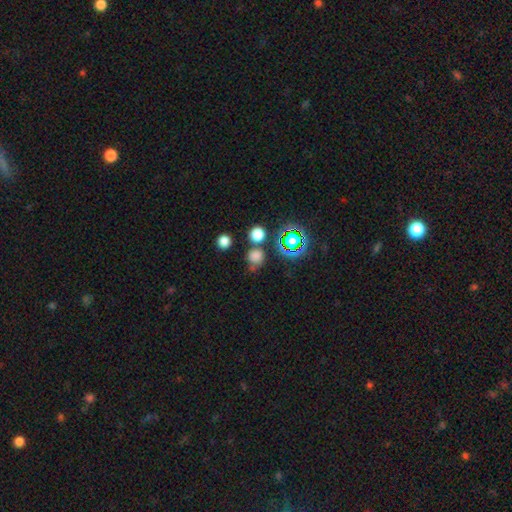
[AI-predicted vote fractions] Smooth or featured?
  - smooth: 71% *
  - star or artifact: 22%
  - featured or disk: 7%
How rounded?
  - round: 84% *
  - in between: 15%
  - cigar-shaped: 1%
Merging?
  - none: 64% *
  - merger: 16%
  - minor disturbance: 14%
  - major disturbance: 6%